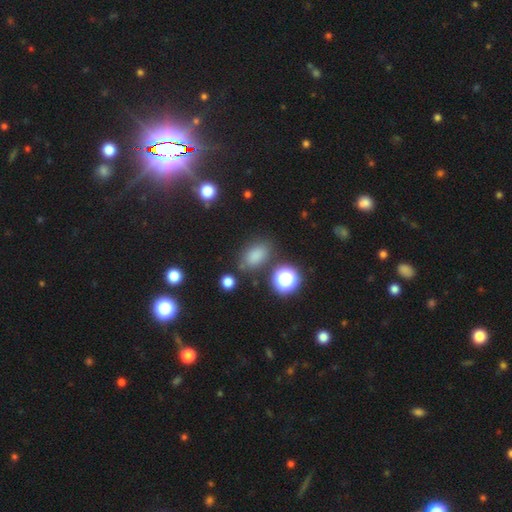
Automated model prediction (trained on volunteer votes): A smooth galaxy with no disk features (78%) that is in between round and cigar-shaped (82%). Merging: none (76%).